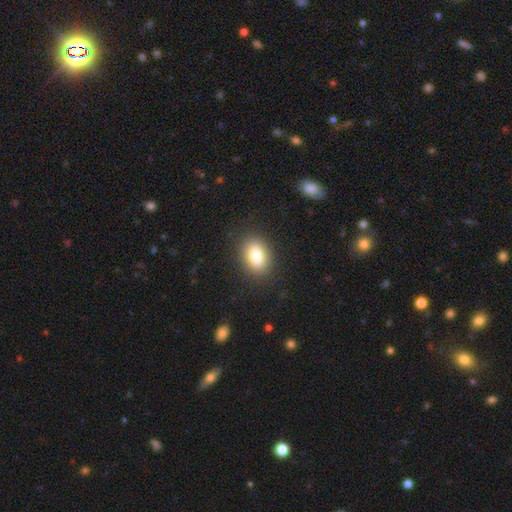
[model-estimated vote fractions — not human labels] This is clearly a smooth galaxy (83%). How rounded: likely in between (78%). Merging: clearly none (87%).